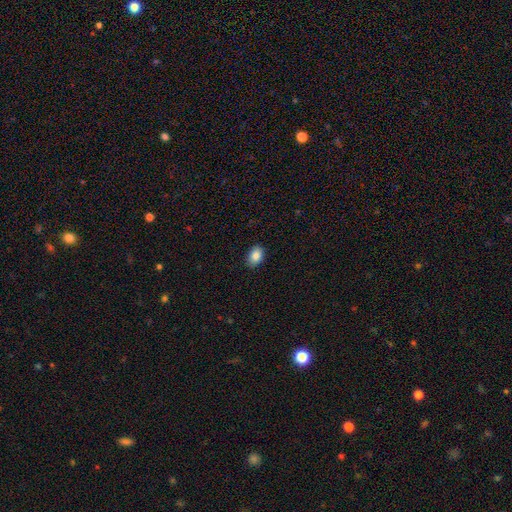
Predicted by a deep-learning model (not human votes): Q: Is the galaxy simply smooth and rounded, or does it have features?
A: smooth — 87%.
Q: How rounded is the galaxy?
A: in between — 83%.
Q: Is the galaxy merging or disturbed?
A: none — 86%.